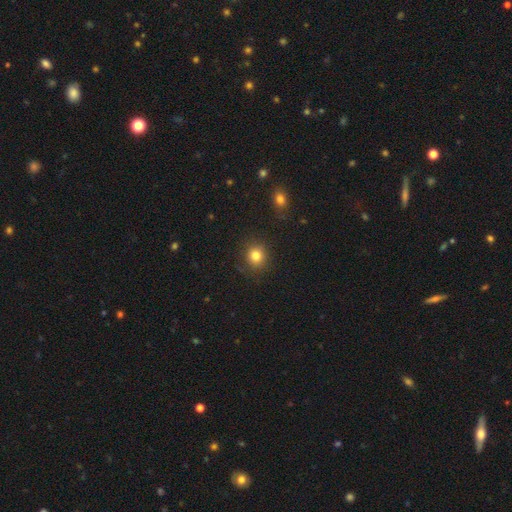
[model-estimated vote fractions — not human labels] A smooth galaxy with no disk features (81%) that is round (86%). Merging: none (87%).